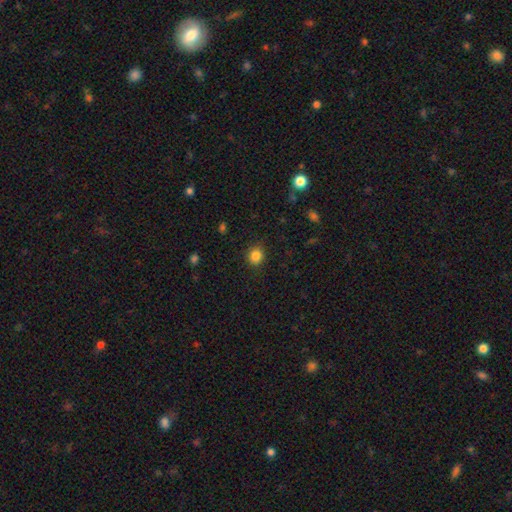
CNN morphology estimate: smooth_or_featured: smooth (p=0.85) [alt: star or artifact p=0.11]
how_rounded: round (p=0.81) [alt: in between p=0.18]
merging: none (p=0.89) [alt: minor disturbance p=0.08]